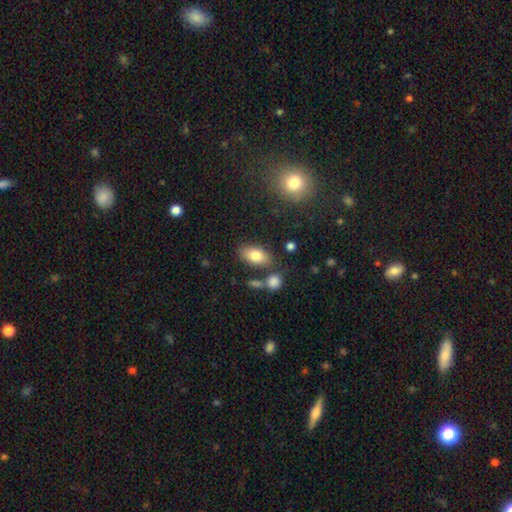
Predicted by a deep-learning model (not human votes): smooth-or-featured: smooth: 80% | featured or disk: 12% | star or artifact: 8%
  how-rounded: in between: 91% | round: 6% | cigar-shaped: 3%
  merging: none: 75% | minor disturbance: 12% | merger: 9% | major disturbance: 4%